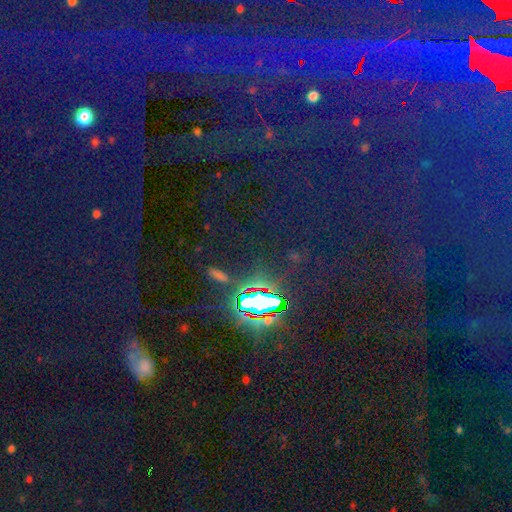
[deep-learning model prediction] Smooth or featured?
  - star or artifact: 83% *
  - smooth: 10%
  - featured or disk: 8%